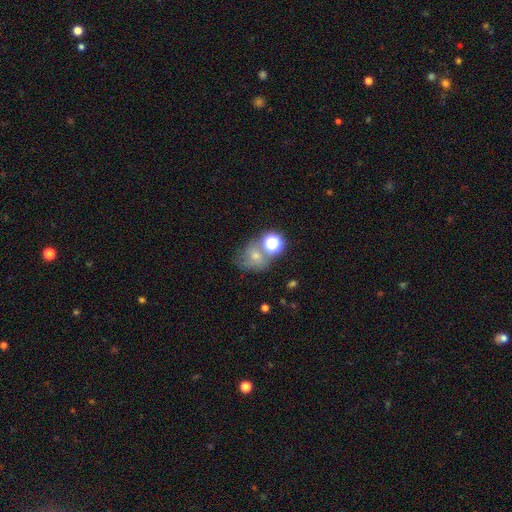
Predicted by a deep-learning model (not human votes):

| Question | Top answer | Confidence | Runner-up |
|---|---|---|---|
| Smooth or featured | smooth | 49% | featured or disk (29%) |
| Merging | none | 41% | merger (26%) |